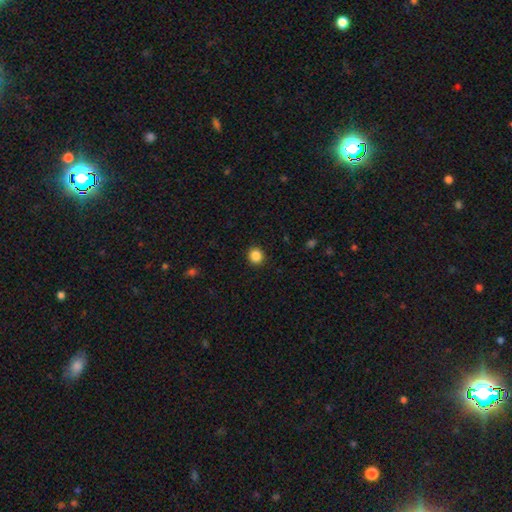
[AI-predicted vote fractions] smooth 86%, star or artifact 10%, featured or disk 3%. Down the decision tree: how rounded — round (87%); merging — none (92%).